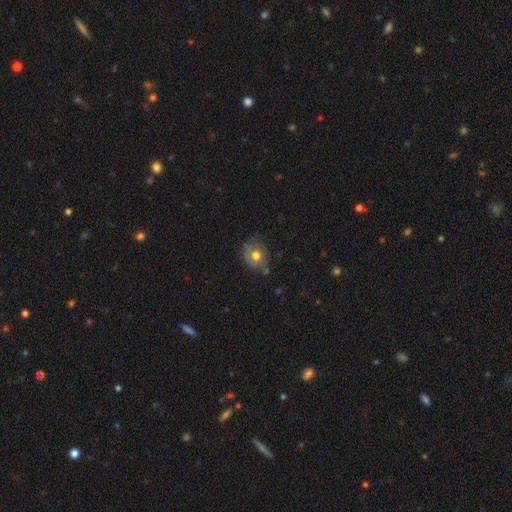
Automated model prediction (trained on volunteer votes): Morphology: type=smooth (61%); roundness=round (72%); merging=none (62%).